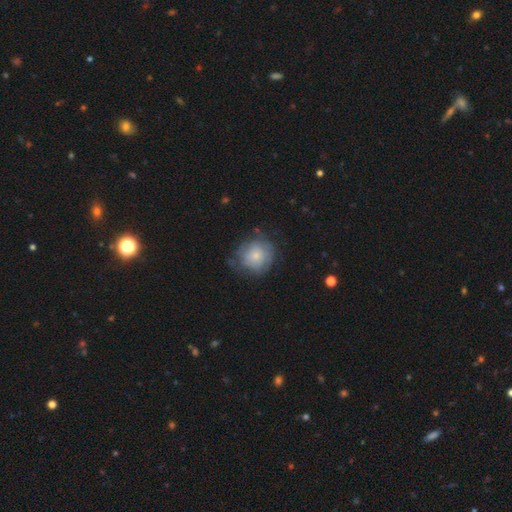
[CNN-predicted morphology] type=smooth (65%); roundness=round (87%); merging=none (58%).